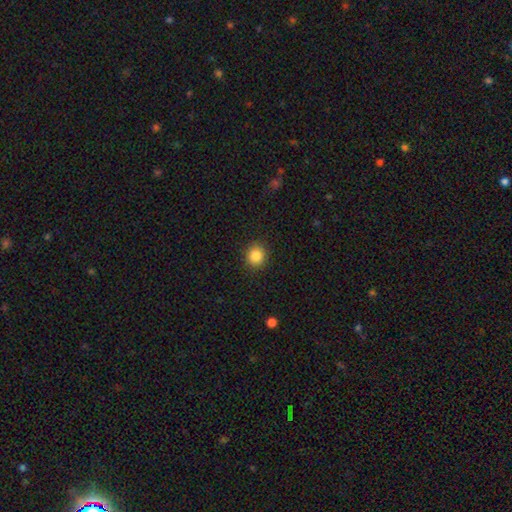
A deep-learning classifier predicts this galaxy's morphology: smooth-or-featured: smooth: 86% | star or artifact: 10% | featured or disk: 4%
  how-rounded: round: 86% | in between: 13% | cigar-shaped: 1%
  merging: none: 91% | minor disturbance: 6% | major disturbance: 2% | merger: 1%